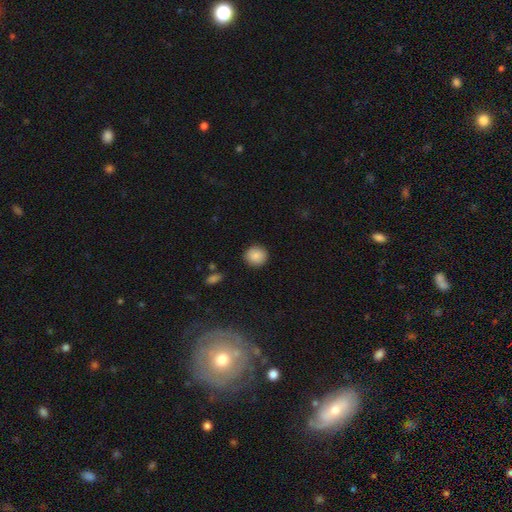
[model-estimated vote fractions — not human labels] This appears to be a smooth galaxy with no disk features (87%) that is round (90%). Merging: none (91%).